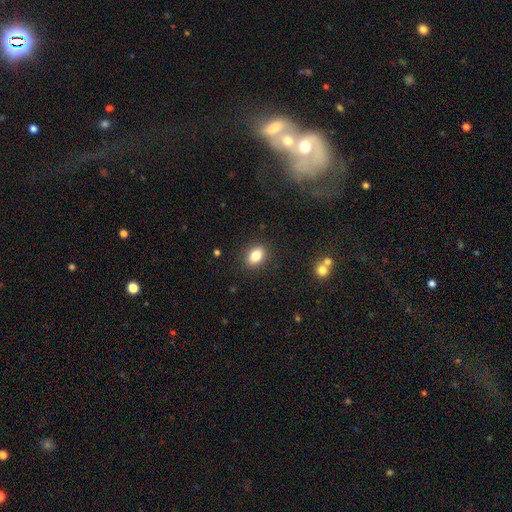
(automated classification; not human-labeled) Smooth or featured: smooth — 83% (star or artifact — 9%)
How rounded: in between — 73% (round — 25%)
Merging: none — 89% (minor disturbance — 8%)